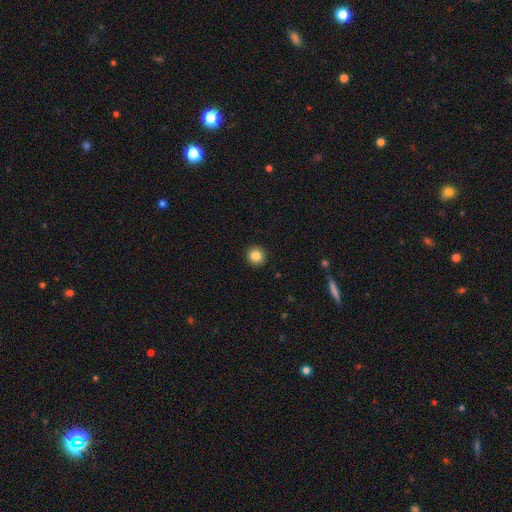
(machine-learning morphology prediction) The model was most divided on "smooth or featured": smooth: 85%, star or artifact: 10%, featured or disk: 5%. More confident: merging — none (93%); how rounded — round (91%).